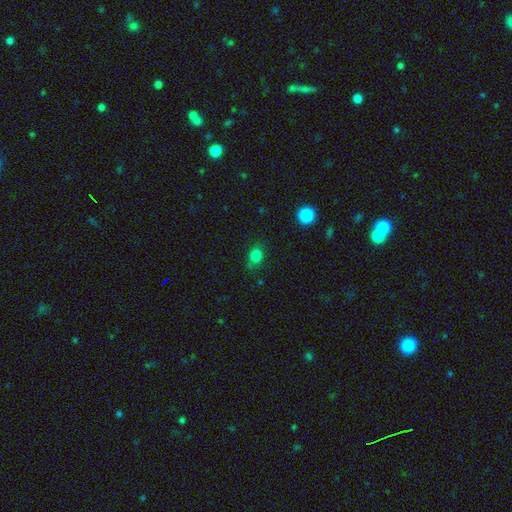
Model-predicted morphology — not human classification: Smooth or featured: smooth — 82% (star or artifact — 13%)
How rounded: round — 49% (tied with in between — 49%)
Merging: none — 77% (minor disturbance — 17%)